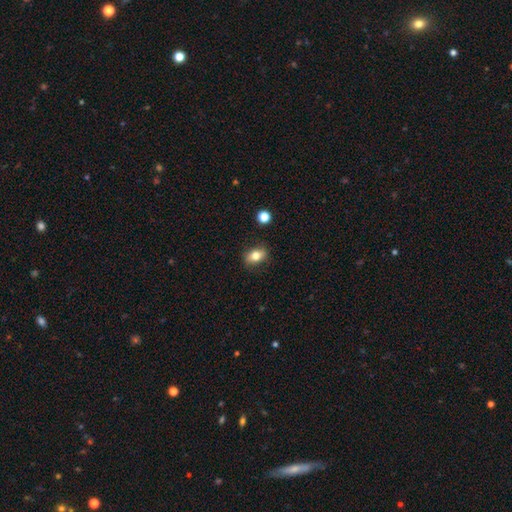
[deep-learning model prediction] Smooth or featured?
  - smooth: 77% *
  - featured or disk: 14%
  - star or artifact: 9%
How rounded?
  - in between: 75% *
  - round: 21%
  - cigar-shaped: 4%
Merging?
  - none: 83% *
  - minor disturbance: 12%
  - major disturbance: 3%
  - merger: 2%